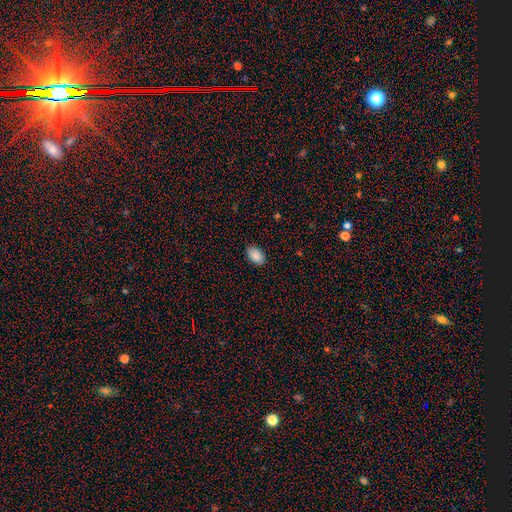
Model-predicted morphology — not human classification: smooth-or-featured: smooth: 88% | star or artifact: 7% | featured or disk: 4%
  how-rounded: in between: 91% | round: 8% | cigar-shaped: 1%
  merging: none: 87% | minor disturbance: 10% | major disturbance: 2% | merger: 1%